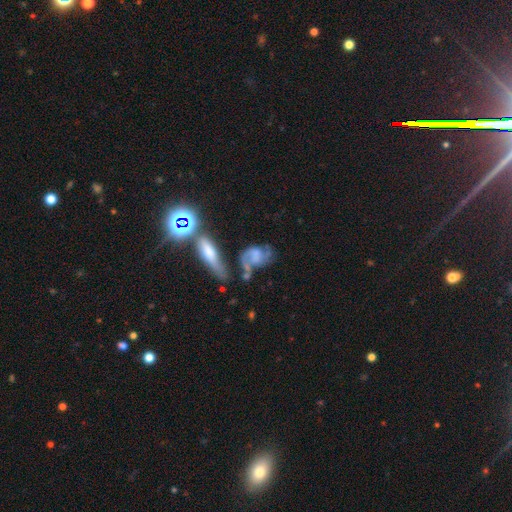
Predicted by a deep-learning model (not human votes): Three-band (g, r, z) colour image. It shows a featured or disk galaxy (60%) with no bar (67%), spiral arms (77%) and no central bulge (49%). Merging: none (39%).